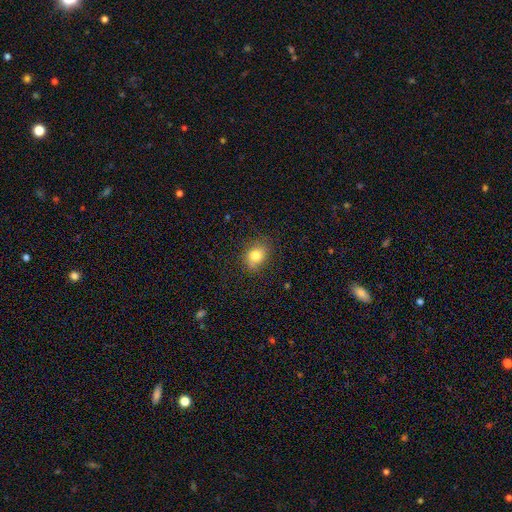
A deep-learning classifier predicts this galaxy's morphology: A smooth galaxy with no disk features (80%) that is round (51%). Merging: none (80%).